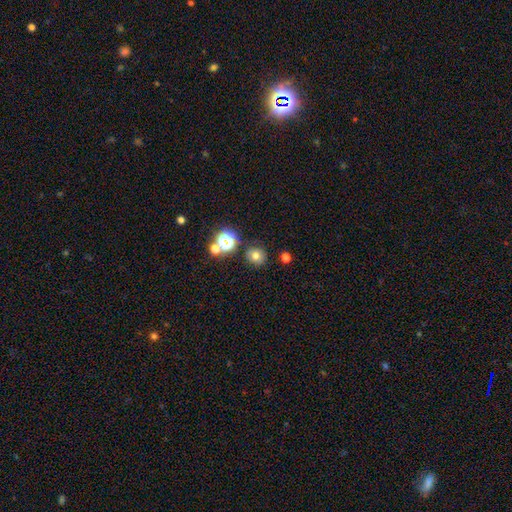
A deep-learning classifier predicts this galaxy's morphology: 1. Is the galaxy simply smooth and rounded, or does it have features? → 69% smooth, 20% star or artifact, 11% featured or disk.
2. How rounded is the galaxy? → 91% round, 8% in between, 1% cigar-shaped.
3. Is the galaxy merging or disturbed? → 84% none, 8% minor disturbance, 5% merger, 3% major disturbance.